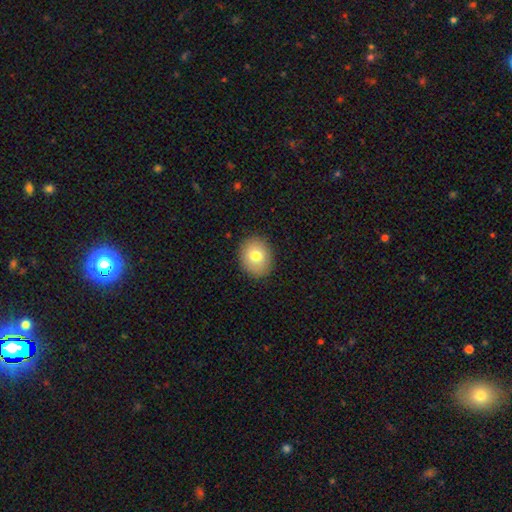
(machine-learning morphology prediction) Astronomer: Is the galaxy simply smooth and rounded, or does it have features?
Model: smooth — 77%.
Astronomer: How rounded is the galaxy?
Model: round — 58% (runner-up: in between, 41%).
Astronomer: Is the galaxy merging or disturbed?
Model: none — 88%.